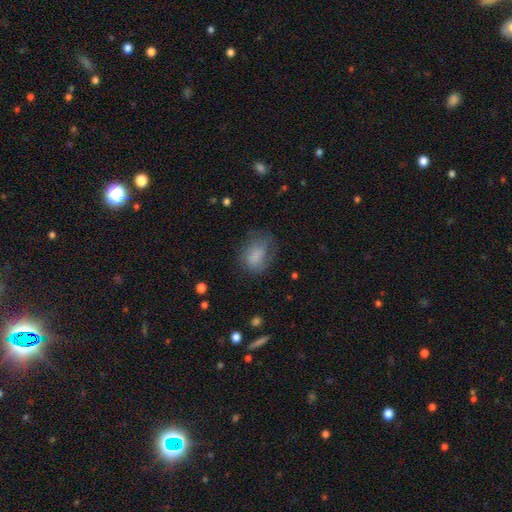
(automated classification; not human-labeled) Overall: smooth (77%). How rounded: in between (67%; round 32%). Merging: none (56%; minor disturbance 27%).